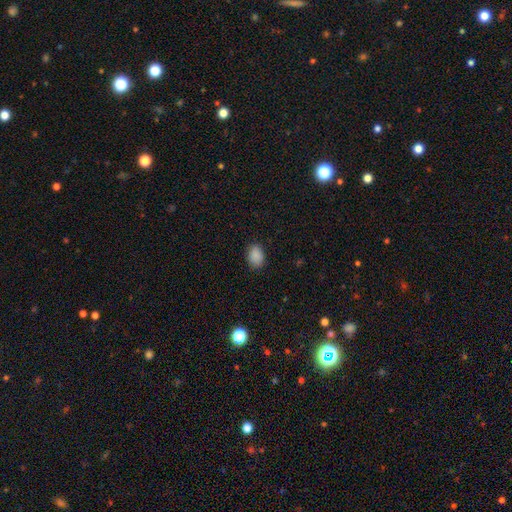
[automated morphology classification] This is clearly a smooth galaxy (88%). How rounded: likely in between (73%). Merging: clearly none (86%).